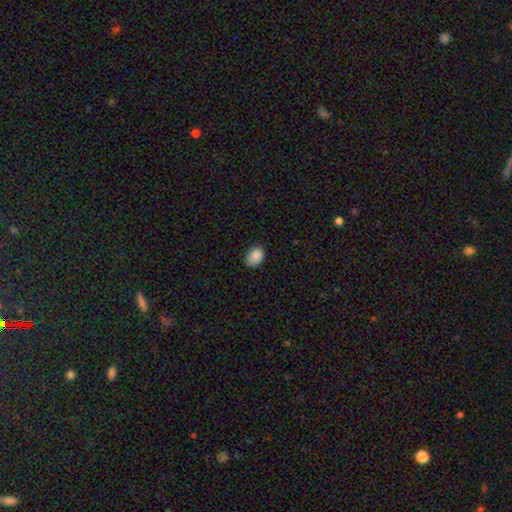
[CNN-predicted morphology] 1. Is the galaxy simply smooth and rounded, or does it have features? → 87% smooth, 9% star or artifact, 4% featured or disk.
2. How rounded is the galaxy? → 69% in between, 30% round, 1% cigar-shaped.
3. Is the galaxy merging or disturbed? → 66% none, 28% minor disturbance, 4% major disturbance, 1% merger.